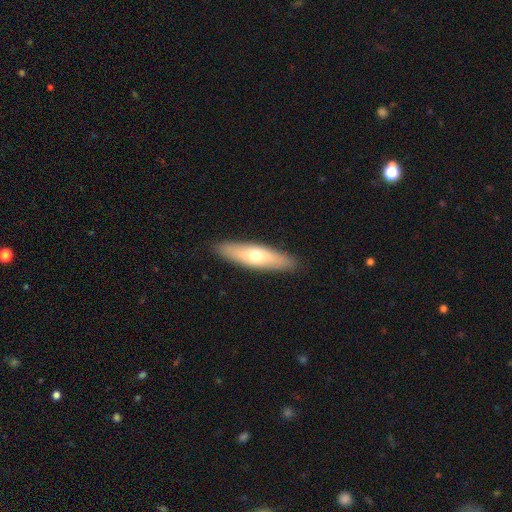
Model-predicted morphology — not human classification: This is possibly a smooth galaxy (56%). How rounded: likely cigar-shaped (66%). Merging: clearly none (89%).